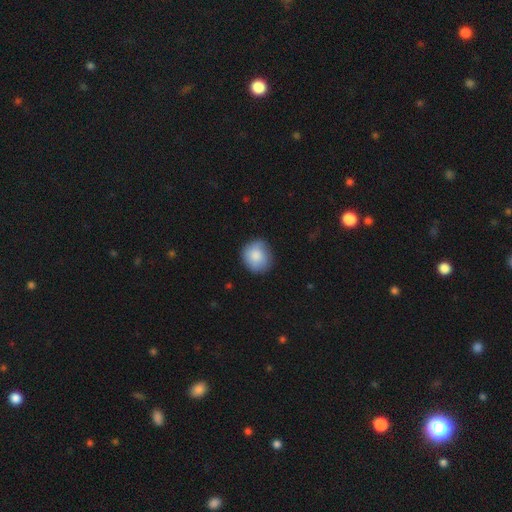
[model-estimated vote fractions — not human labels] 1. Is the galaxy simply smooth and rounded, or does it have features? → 84% smooth, 9% featured or disk, 7% star or artifact.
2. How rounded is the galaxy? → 82% round, 17% in between, 1% cigar-shaped.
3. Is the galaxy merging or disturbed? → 79% none, 17% minor disturbance, 3% major disturbance, 1% merger.